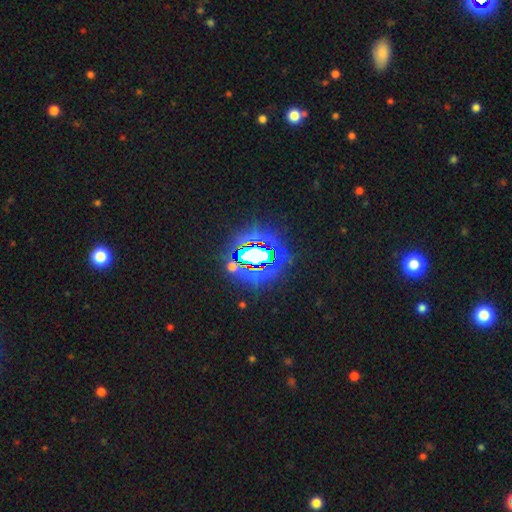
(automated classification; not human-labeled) Smooth or featured? Predicted: star or artifact (p=0.73).